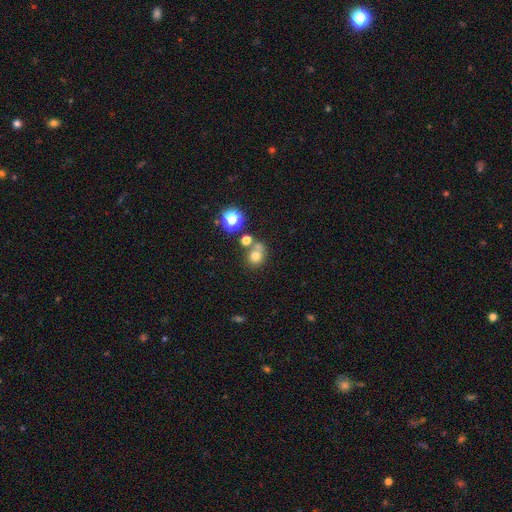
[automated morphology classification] Smooth or featured? smooth (71%)
How rounded? round (79%)
Merging? none (52%)